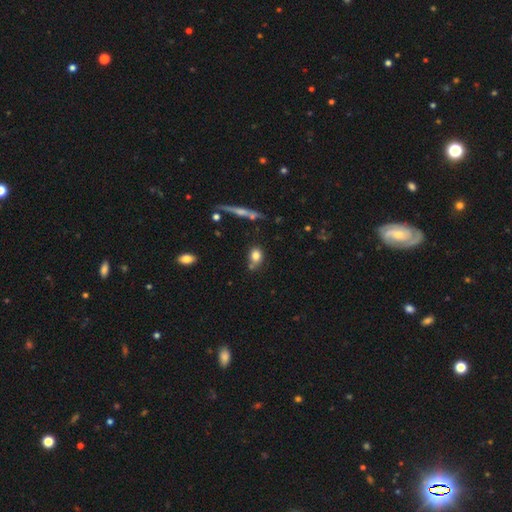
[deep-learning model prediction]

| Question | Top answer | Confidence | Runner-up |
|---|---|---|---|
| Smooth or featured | smooth | 79% | featured or disk (11%) |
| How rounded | in between | 59% | round (37%) |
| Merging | none | 57% | minor disturbance (21%) |